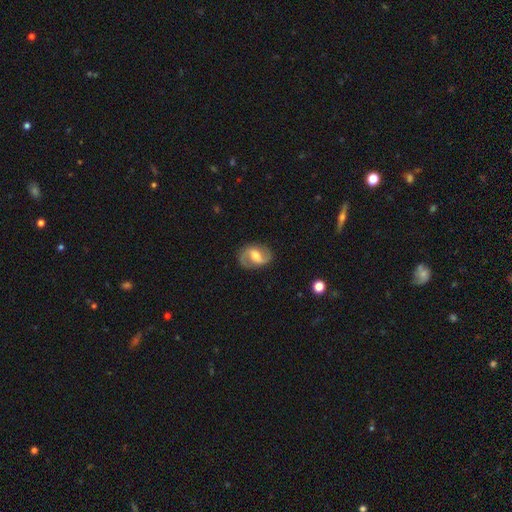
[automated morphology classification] Smooth or featured?
  - featured or disk: 81% *
  - smooth: 14%
  - star or artifact: 5%
Edge-on disk?
  - no: 97% *
  - yes: 3%
Bar?
  - weak: 49% *
  - strong: 28%
  - no: 23%
Spiral arms?
  - yes: 93% *
  - no: 7%
Spiral winding?
  - medium: 48% *
  - loose: 36%
  - tight: 16%
Spiral arm count?
  - 2: 91% *
  - can't tell: 3%
  - 1: 3%
  - 3: 1%
  - 4: 1%
  - more than 4: 1%
Bulge size?
  - moderate: 64% *
  - small: 22%
  - large: 10%
  - none: 2%
  - dominant: 1%
Merging?
  - none: 82% *
  - minor disturbance: 12%
  - major disturbance: 4%
  - merger: 1%